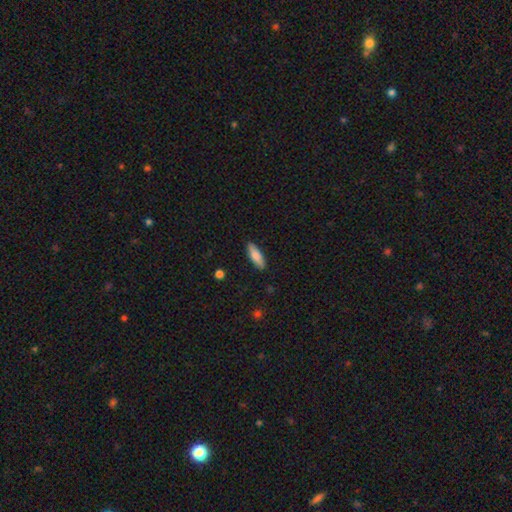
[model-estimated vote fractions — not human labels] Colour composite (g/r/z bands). It shows a smooth galaxy with no disk features (82%) that is in between round and cigar-shaped (57%). Merging: none (89%).